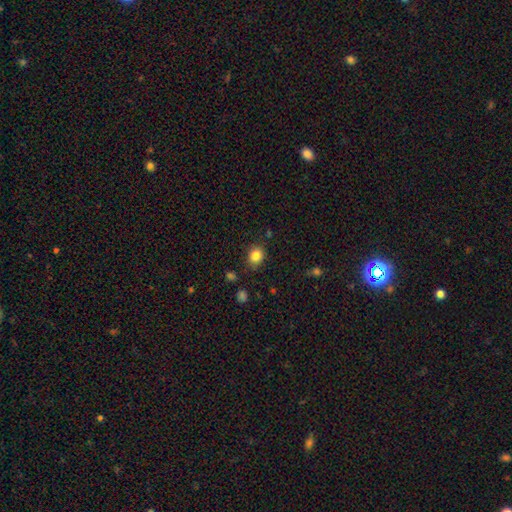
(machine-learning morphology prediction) Overall: smooth (84%). How rounded: round (57%; in between 42%). Merging: none (83%).